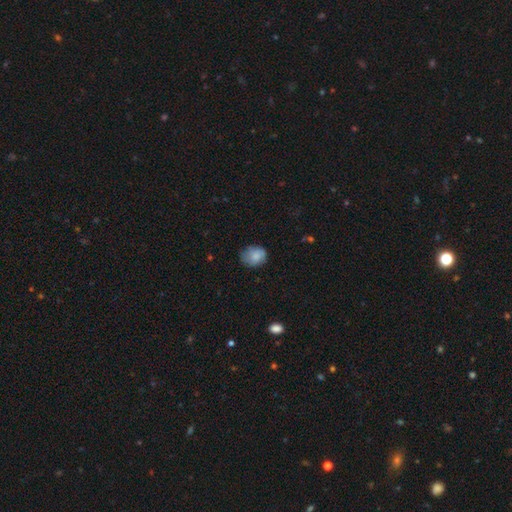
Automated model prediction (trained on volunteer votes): Morphology: type=smooth (82%); roundness=round (54%); merging=none (66%).